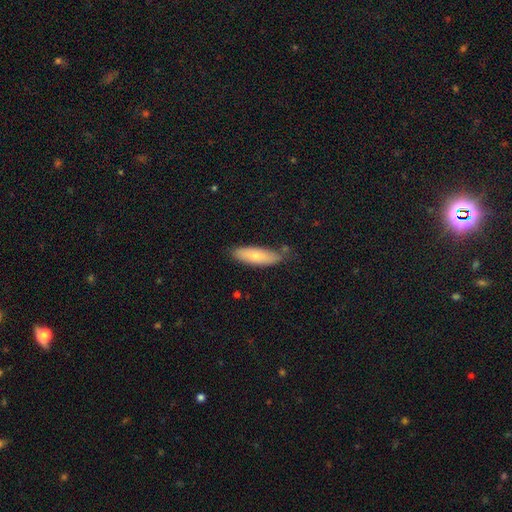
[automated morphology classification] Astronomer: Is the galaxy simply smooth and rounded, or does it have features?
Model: smooth — 71%.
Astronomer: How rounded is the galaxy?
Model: in between — 53% (runner-up: cigar-shaped, 45%).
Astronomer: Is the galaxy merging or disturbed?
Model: none — 75%.